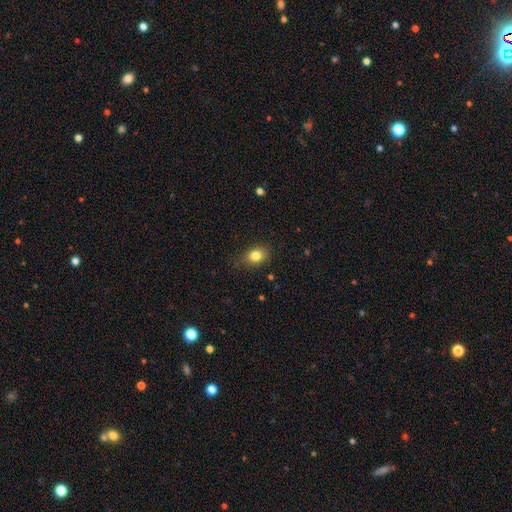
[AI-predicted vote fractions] Smooth or featured?
  - smooth: 81% *
  - star or artifact: 10%
  - featured or disk: 8%
How rounded?
  - in between: 61% *
  - round: 38%
  - cigar-shaped: 1%
Merging?
  - none: 75% *
  - minor disturbance: 19%
  - major disturbance: 4%
  - merger: 1%